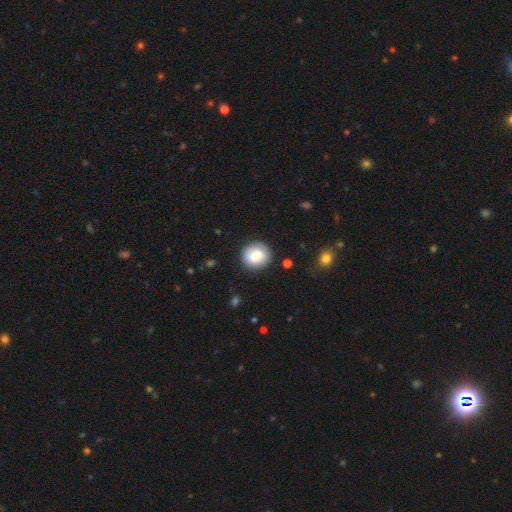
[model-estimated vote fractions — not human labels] Overall: smooth (80%). How rounded: round (85%). Merging: none (85%).